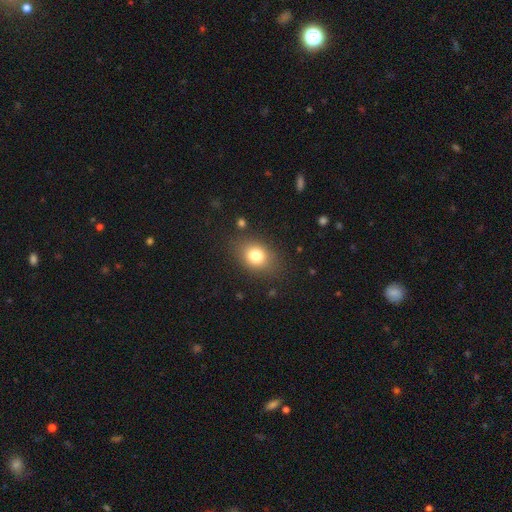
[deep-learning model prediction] Smooth or featured? smooth (79%)
How rounded? in between (60%)
Merging? none (81%)